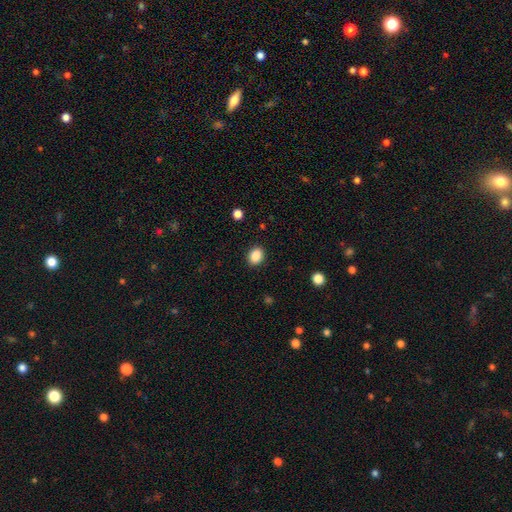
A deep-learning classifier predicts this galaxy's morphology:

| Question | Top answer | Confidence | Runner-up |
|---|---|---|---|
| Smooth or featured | smooth | 87% | star or artifact (9%) |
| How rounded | in between | 57% | round (42%) |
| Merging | none | 90% | minor disturbance (7%) |